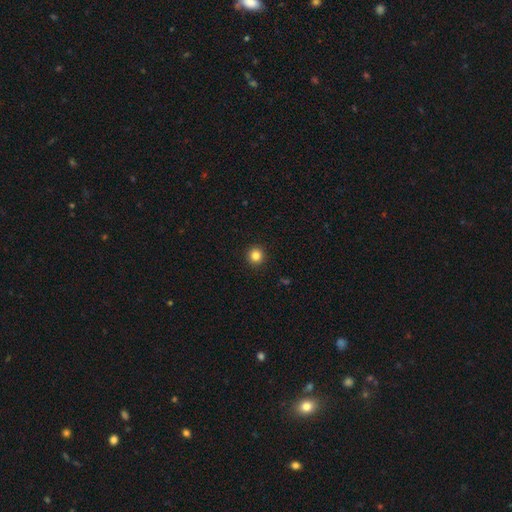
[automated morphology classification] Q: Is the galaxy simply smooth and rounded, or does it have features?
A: smooth — 84%.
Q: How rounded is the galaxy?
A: round — 95%.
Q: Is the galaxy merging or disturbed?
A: none — 93%.